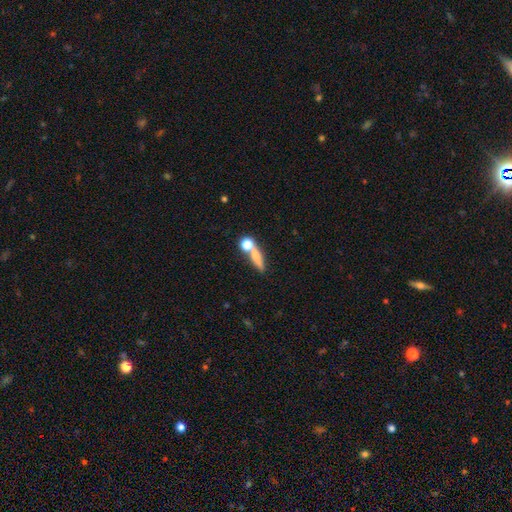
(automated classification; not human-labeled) Smooth or featured? smooth (64%)
How rounded? cigar-shaped (53%)
Merging? none (53%)